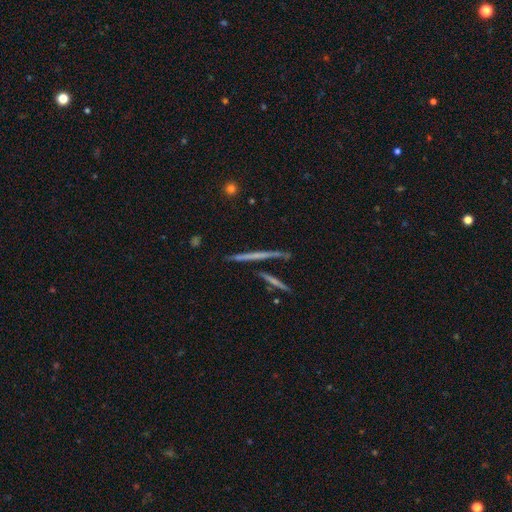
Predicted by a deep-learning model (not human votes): Smooth or featured? Predicted: featured or disk (p=0.62). Edge-on disk? Predicted: yes (p=0.97). Edge-on bulge? Predicted: none (p=0.86). Merging? Predicted: none (p=0.85).